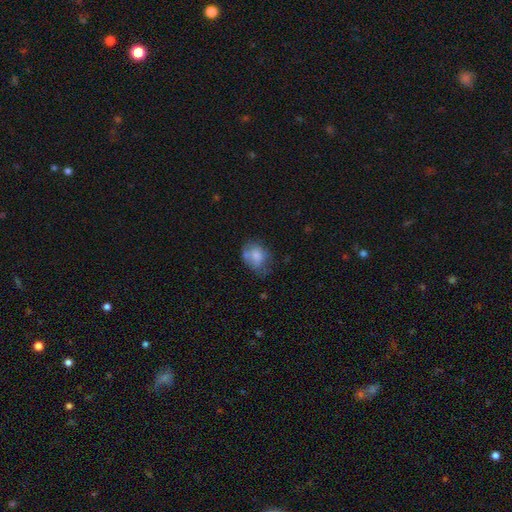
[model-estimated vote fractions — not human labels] The model was most divided on "merging": none: 44%, minor disturbance: 29%, major disturbance: 14%, merger: 13%. More confident: smooth or featured — smooth (73%); how rounded — in between (60%).